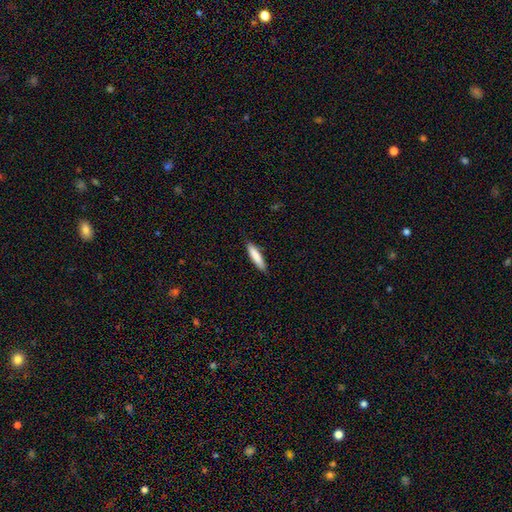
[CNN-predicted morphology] smooth-or-featured: smooth: 83% | featured or disk: 11% | star or artifact: 5%
  how-rounded: cigar-shaped: 81% | in between: 18% | round: 1%
  merging: none: 86% | minor disturbance: 11% | major disturbance: 2% | merger: 1%